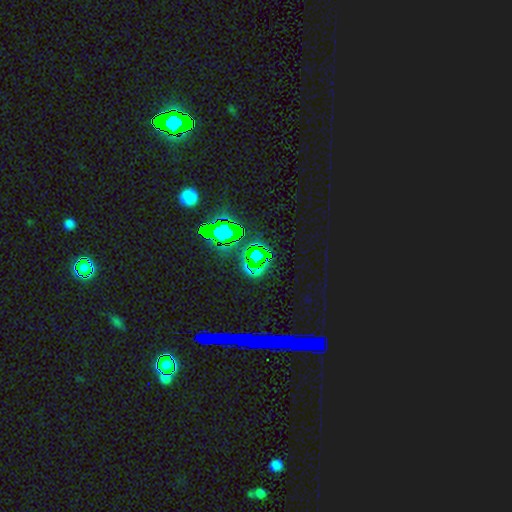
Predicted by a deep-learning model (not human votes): This is likely a star or artifact rather than a galaxy (79%).